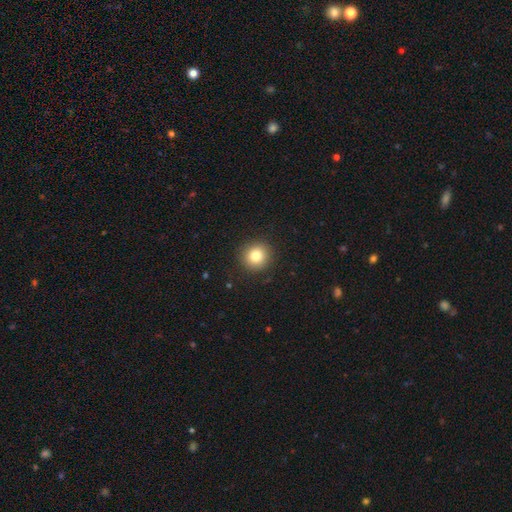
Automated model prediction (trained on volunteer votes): smooth_or_featured: smooth (p=0.81) [alt: star or artifact p=0.11]
how_rounded: round (p=0.92) [alt: in between p=0.07]
merging: none (p=0.91) [alt: minor disturbance p=0.06]